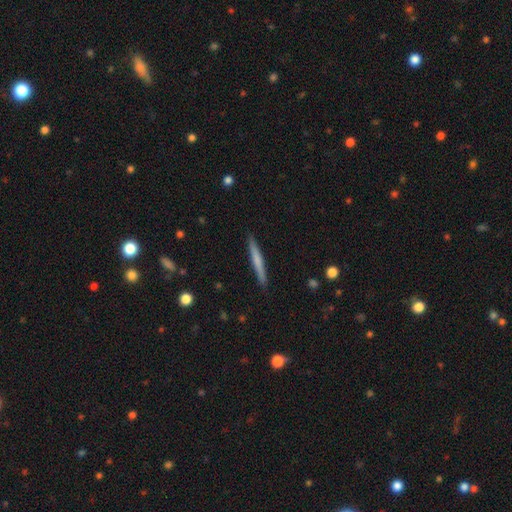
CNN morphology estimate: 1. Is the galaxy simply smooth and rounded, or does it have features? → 58% smooth, 37% featured or disk, 5% star or artifact.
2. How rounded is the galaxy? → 96% cigar-shaped, 2% in between, 1% round.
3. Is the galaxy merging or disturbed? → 91% none, 6% minor disturbance, 1% major disturbance, 1% merger.